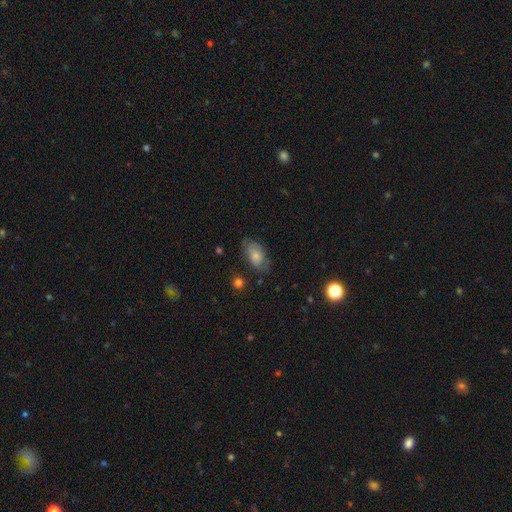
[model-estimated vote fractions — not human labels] Smooth or featured?
  - smooth: 72% *
  - featured or disk: 20%
  - star or artifact: 8%
How rounded?
  - in between: 90% *
  - round: 7%
  - cigar-shaped: 2%
Merging?
  - none: 63% *
  - minor disturbance: 25%
  - major disturbance: 10%
  - merger: 2%